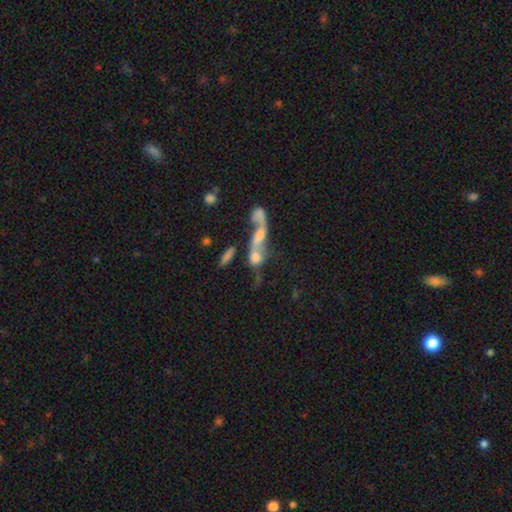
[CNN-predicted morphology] smooth_or_featured: featured or disk (p=0.46) [alt: smooth p=0.39]
merging: merger (p=0.60) [alt: none p=0.20]